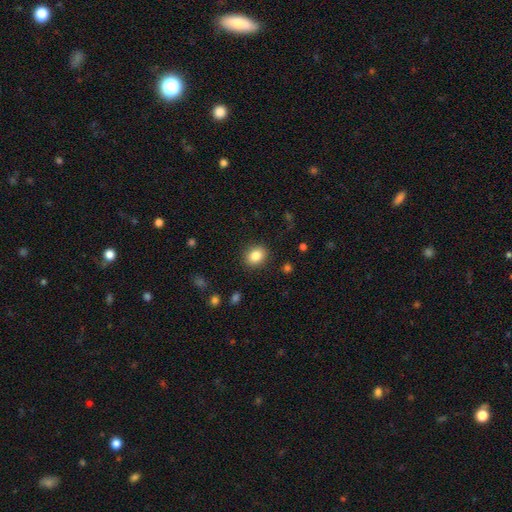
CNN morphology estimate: smooth 85%, star or artifact 9%, featured or disk 6%. Down the decision tree: how rounded — round (53%); merging — none (89%).